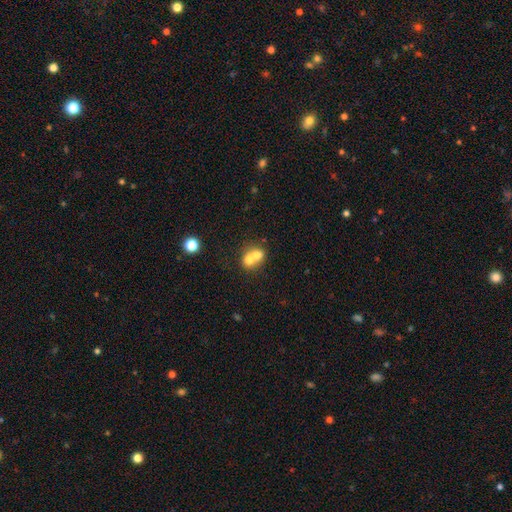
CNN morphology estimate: This appears to be a smooth galaxy with no disk features (67%) that is round (62%). Merging: merger (70%).